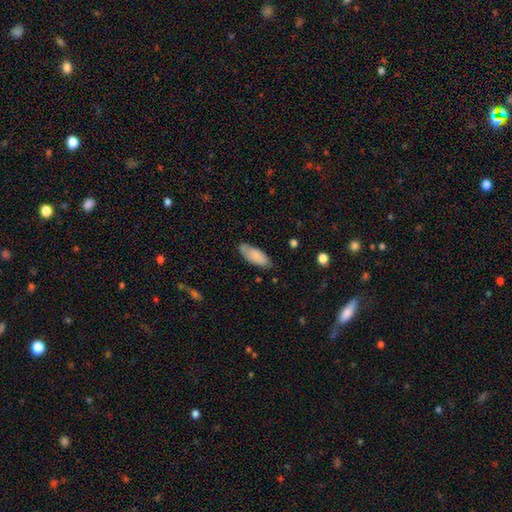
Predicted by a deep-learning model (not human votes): Smooth or featured? Predicted: smooth (p=0.83). How rounded? Predicted: in between (p=0.82). Merging? Predicted: none (p=0.73).